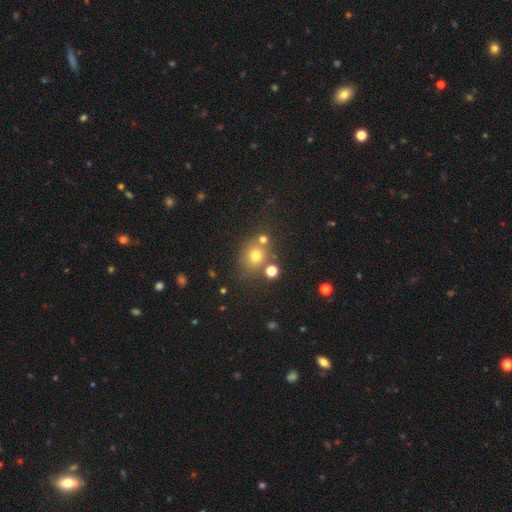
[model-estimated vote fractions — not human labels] smooth-or-featured: smooth: 70% | star or artifact: 19% | featured or disk: 12%
  how-rounded: round: 75% | in between: 24% | cigar-shaped: 1%
  merging: none: 67% | merger: 17% | minor disturbance: 11% | major disturbance: 5%